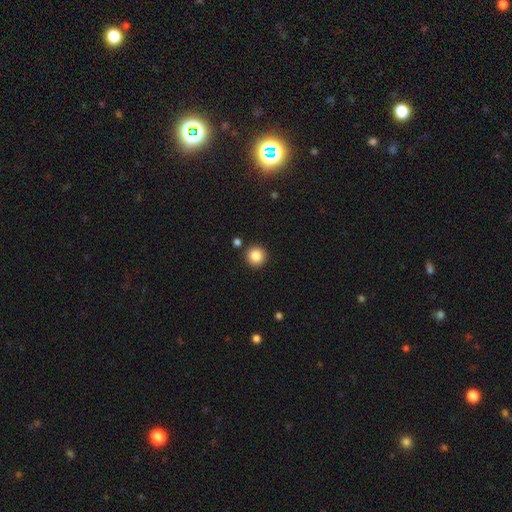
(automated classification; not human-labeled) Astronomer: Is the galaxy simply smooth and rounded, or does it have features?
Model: smooth — 86%.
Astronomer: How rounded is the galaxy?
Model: round — 95%.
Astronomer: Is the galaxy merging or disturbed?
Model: none — 89%.